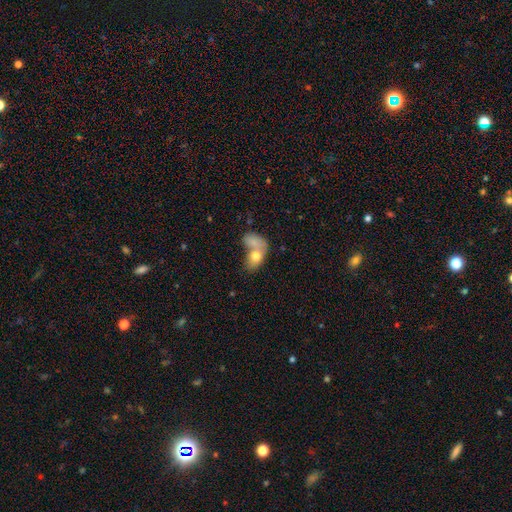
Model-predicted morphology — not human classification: This is likely a smooth galaxy (75%). How rounded: clearly in between (83%). Merging: likely merger (71%).